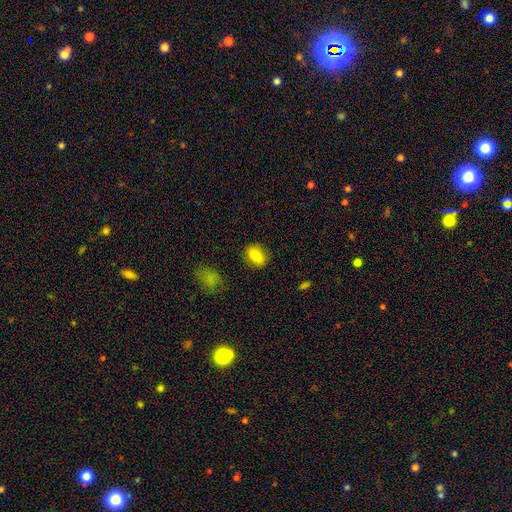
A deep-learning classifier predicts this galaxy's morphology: This appears to be a smooth galaxy with no disk features (83%) that is in between round and cigar-shaped (79%). Merging: none (84%).